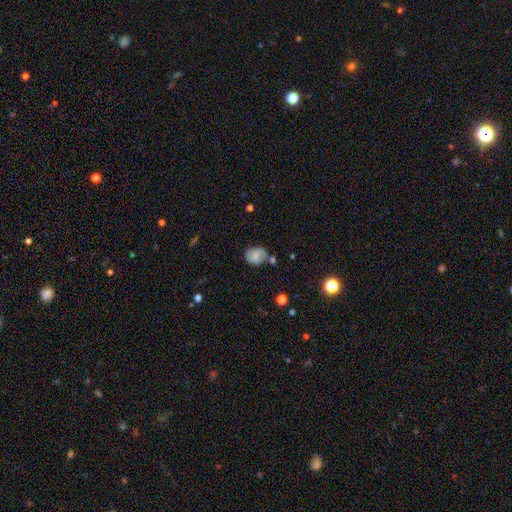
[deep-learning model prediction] The model was most divided on "how rounded": round: 57%, in between: 42%, cigar-shaped: 1%. More confident: smooth or featured — smooth (68%); merging — none (63%).